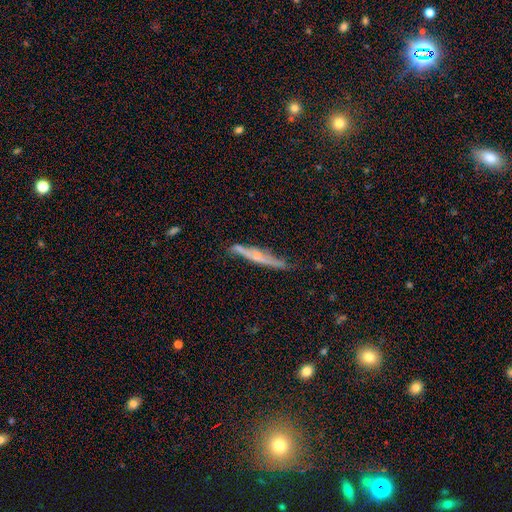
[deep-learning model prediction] A featured or disk galaxy (65%) viewed edge-on (88%) with a rounded central bulge (65%). Merging: none (68%).